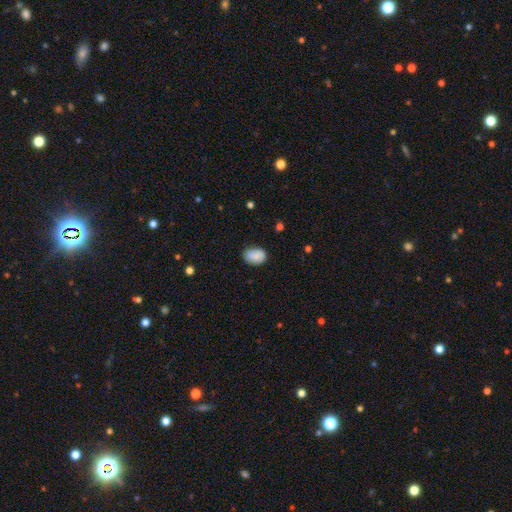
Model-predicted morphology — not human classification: This appears to be a smooth galaxy with no disk features (84%) that is in between round and cigar-shaped (79%). Merging: none (74%).